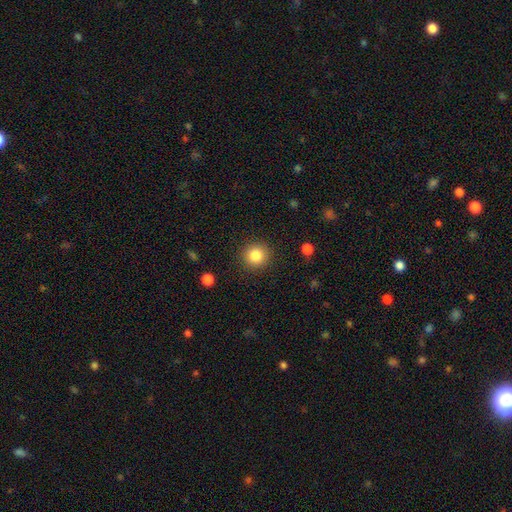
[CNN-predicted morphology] Smooth or featured? smooth (84%)
How rounded? round (93%)
Merging? none (90%)